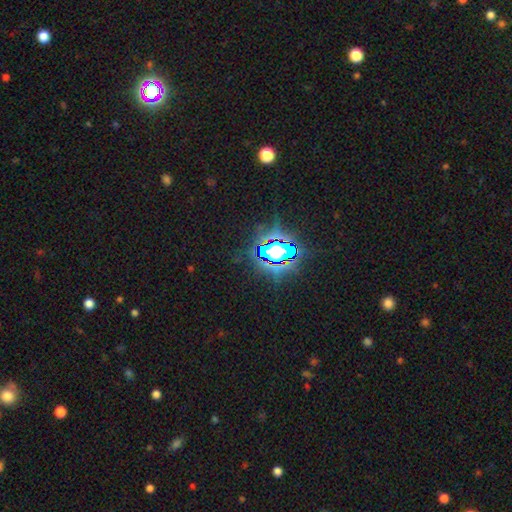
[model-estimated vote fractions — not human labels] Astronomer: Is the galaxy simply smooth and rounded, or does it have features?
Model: star or artifact — 79%.